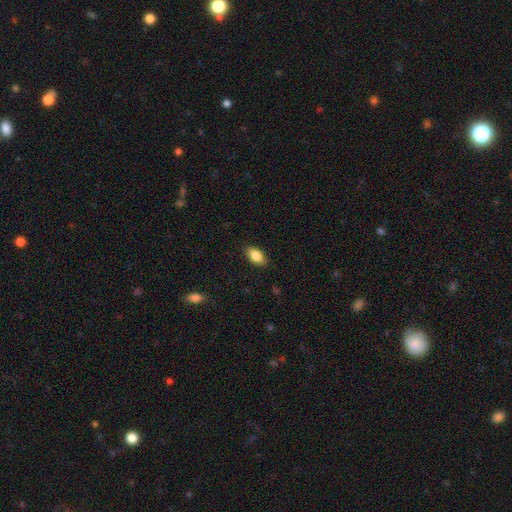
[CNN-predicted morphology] smooth-or-featured: smooth: 85% | featured or disk: 8% | star or artifact: 7%
  how-rounded: in between: 91% | round: 6% | cigar-shaped: 4%
  merging: none: 86% | minor disturbance: 11% | major disturbance: 2% | merger: 1%